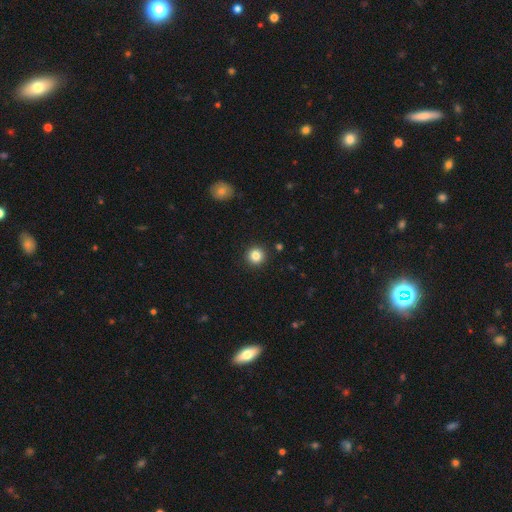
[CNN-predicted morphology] This is clearly a smooth galaxy (83%). How rounded: clearly round (95%). Merging: clearly none (93%).